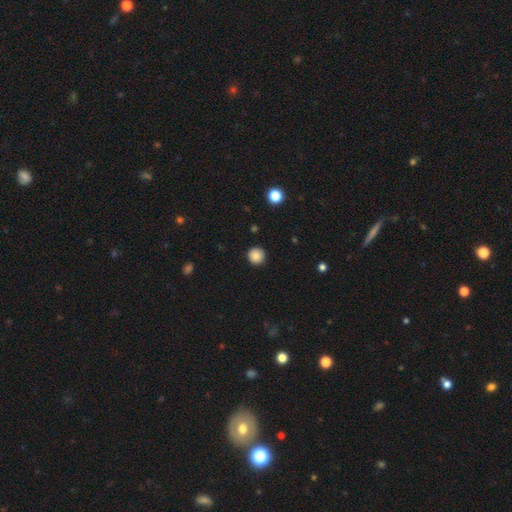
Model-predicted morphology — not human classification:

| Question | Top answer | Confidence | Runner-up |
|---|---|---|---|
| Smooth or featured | smooth | 86% | star or artifact (10%) |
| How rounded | round | 95% | in between (4%) |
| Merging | none | 92% | minor disturbance (5%) |